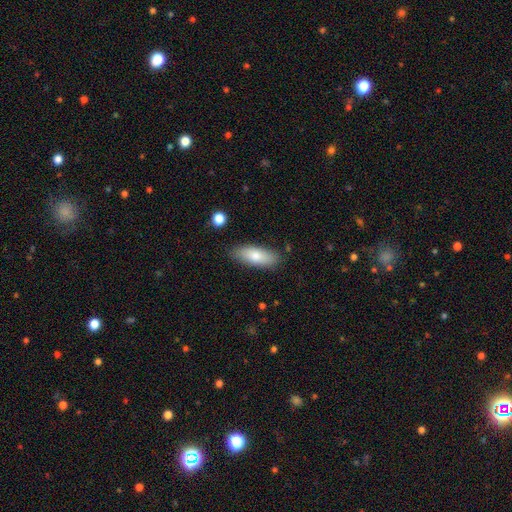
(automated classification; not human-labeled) Morphology: type=smooth (78%); roundness=in between (72%); merging=none (83%).